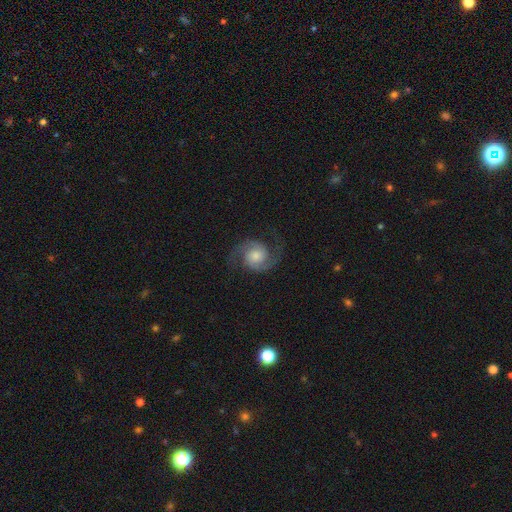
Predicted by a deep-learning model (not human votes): Smooth or featured? Predicted: featured or disk (p=0.90). Edge-on disk? Predicted: no (p=0.98). Bar? Predicted: no (p=0.70). Spiral arms? Predicted: yes (p=0.98). Spiral winding? Predicted: medium (p=0.58). Spiral arm count? Predicted: 2 (p=0.94). Bulge size? Predicted: moderate (p=0.49). Merging? Predicted: none (p=0.83).